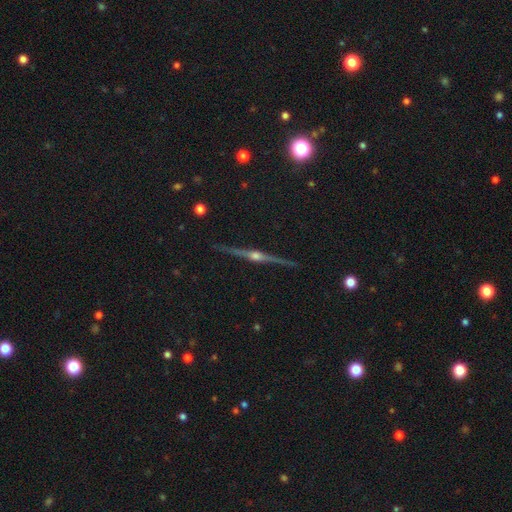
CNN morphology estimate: type=featured or disk (88%); edge-on=yes (98%); edge-on bulge=rounded (93%); merging=none (91%).